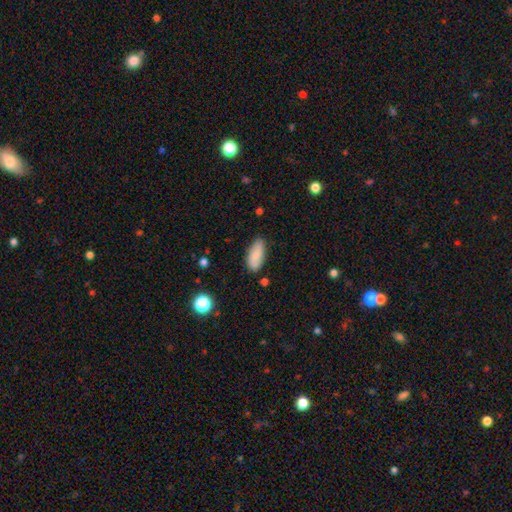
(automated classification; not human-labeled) Q: Smooth or featured?
A: smooth (82%); runner-up: featured or disk (11%)
Q: How rounded?
A: in between (84%); runner-up: cigar-shaped (13%)
Q: Merging?
A: none (78%); runner-up: minor disturbance (17%)